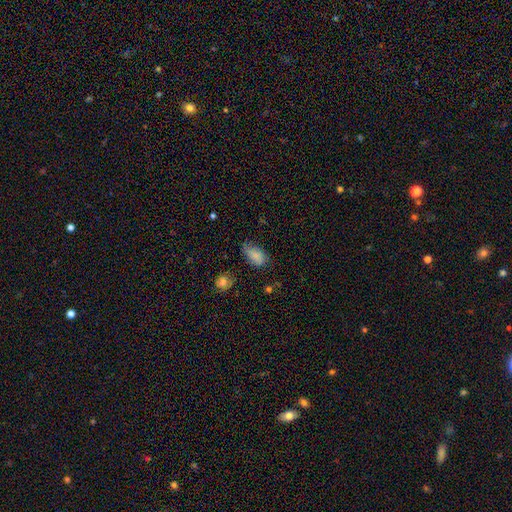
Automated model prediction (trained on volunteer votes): This appears to be a smooth galaxy with no disk features (79%) that is in between round and cigar-shaped (92%). Merging: none (55%).